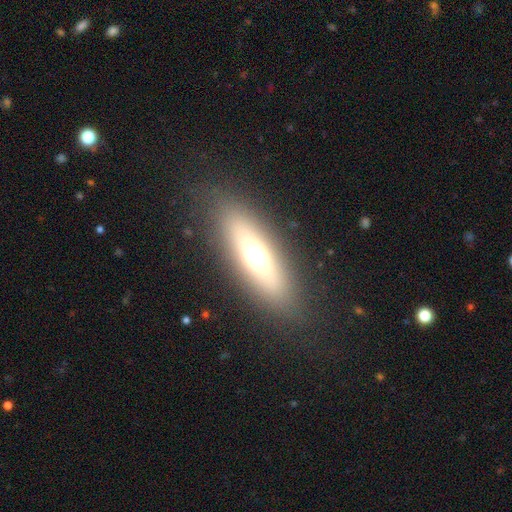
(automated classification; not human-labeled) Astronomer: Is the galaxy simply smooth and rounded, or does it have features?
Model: smooth — 55% (runner-up: featured or disk, 33%).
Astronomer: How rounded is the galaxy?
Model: in between — 54% (runner-up: cigar-shaped, 40%).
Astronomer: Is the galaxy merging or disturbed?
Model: none — 85%.